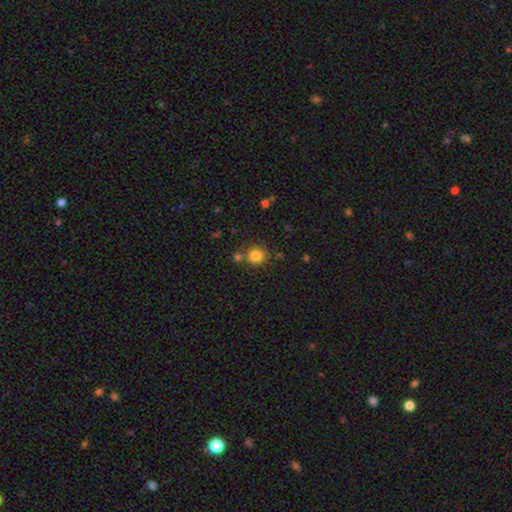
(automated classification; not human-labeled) Q: Smooth or featured?
A: smooth (82%); runner-up: star or artifact (12%)
Q: How rounded?
A: round (87%); runner-up: in between (12%)
Q: Merging?
A: none (73%); runner-up: merger (14%)